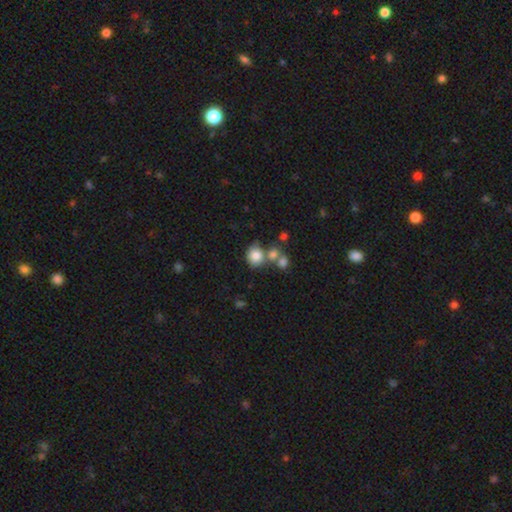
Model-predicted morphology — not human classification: Smooth or featured?
  - smooth: 79% *
  - featured or disk: 11%
  - star or artifact: 10%
How rounded?
  - round: 75% *
  - in between: 24%
  - cigar-shaped: 1%
Merging?
  - none: 45% *
  - merger: 33%
  - minor disturbance: 14%
  - major disturbance: 7%